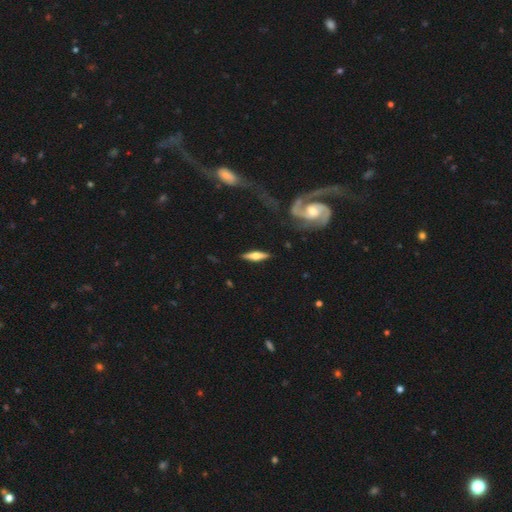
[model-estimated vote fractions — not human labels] A featured or disk galaxy (55%) viewed edge-on (84%). Merging: none (86%).